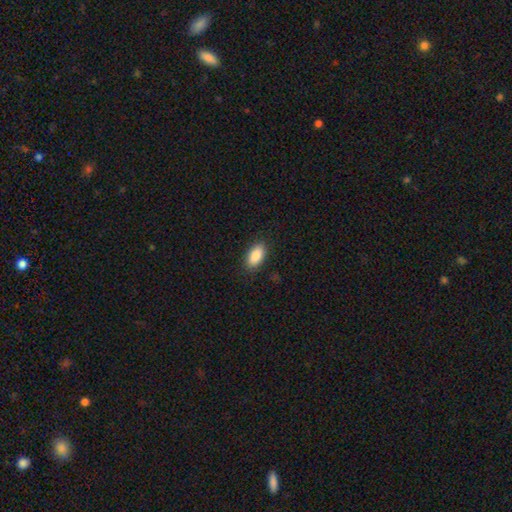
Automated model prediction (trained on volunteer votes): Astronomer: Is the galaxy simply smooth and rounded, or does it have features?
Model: smooth — 89%.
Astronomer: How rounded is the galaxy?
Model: in between — 92%.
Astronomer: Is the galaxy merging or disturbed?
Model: none — 88%.